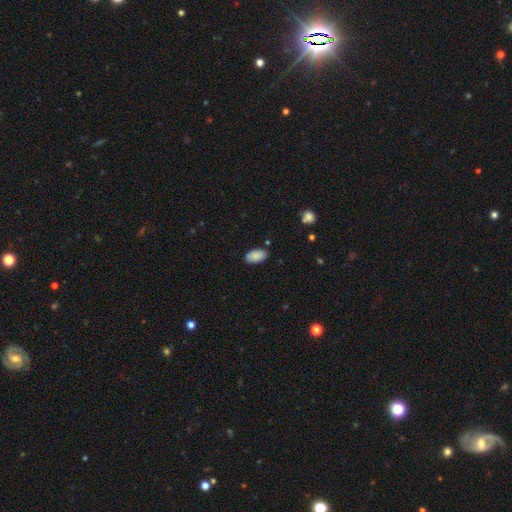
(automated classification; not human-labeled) This appears to be a smooth galaxy with no disk features (87%) that is in between round and cigar-shaped (95%). Merging: none (84%).